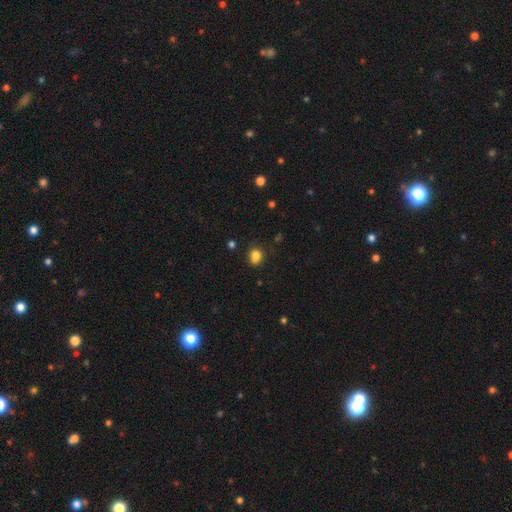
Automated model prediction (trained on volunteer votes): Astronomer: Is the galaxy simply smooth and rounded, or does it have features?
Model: smooth — 83%.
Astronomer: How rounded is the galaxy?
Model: round — 51% (runner-up: in between, 48%).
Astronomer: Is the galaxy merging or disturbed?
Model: none — 73%.